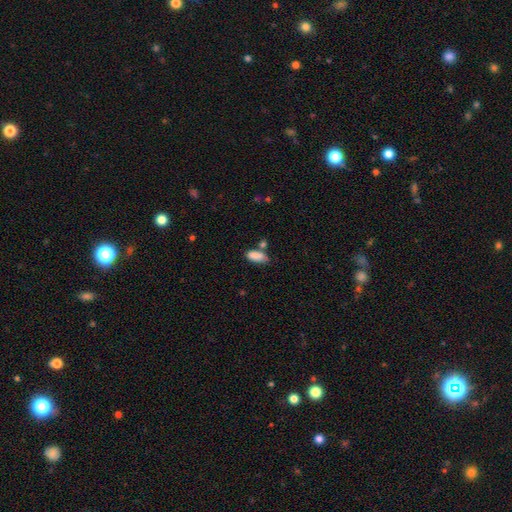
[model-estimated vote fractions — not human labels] smooth 86%, star or artifact 8%, featured or disk 7%. Down the decision tree: how rounded — in between (82%); merging — none (53%).